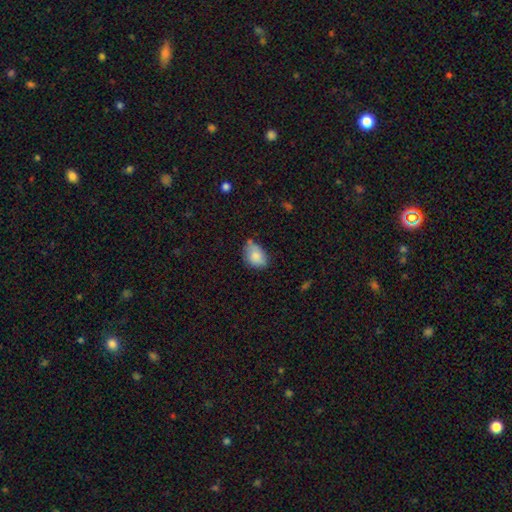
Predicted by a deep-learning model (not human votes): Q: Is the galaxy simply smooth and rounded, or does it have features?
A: smooth — 80%.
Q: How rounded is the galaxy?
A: in between — 79%.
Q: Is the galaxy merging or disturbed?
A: none — 58%.